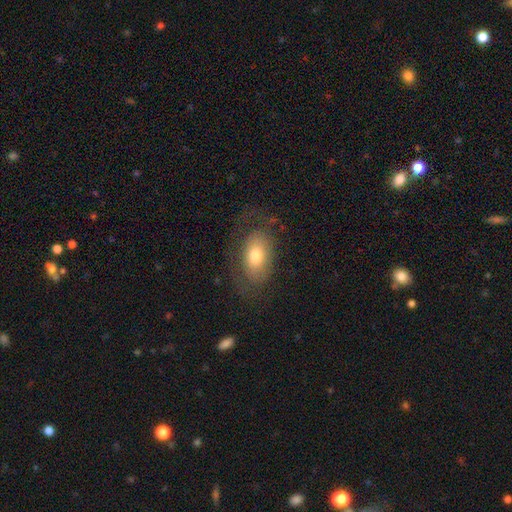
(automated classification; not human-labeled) Smooth or featured? smooth (63%)
How rounded? in between (88%)
Merging? none (64%)